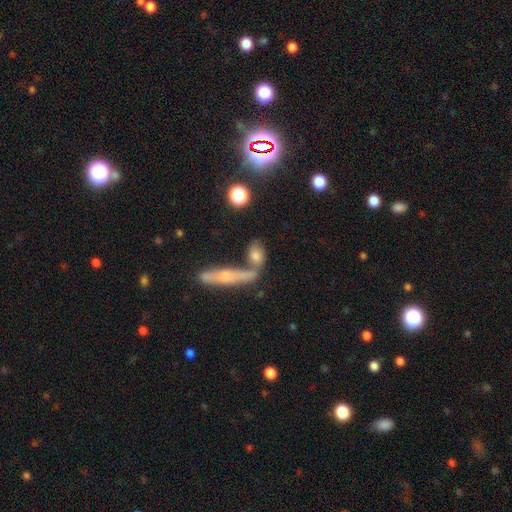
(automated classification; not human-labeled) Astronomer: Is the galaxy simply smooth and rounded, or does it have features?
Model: smooth — 69%.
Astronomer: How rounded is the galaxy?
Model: in between — 66%.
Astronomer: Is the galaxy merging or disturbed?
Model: none — 43% (runner-up: merger, 38%).